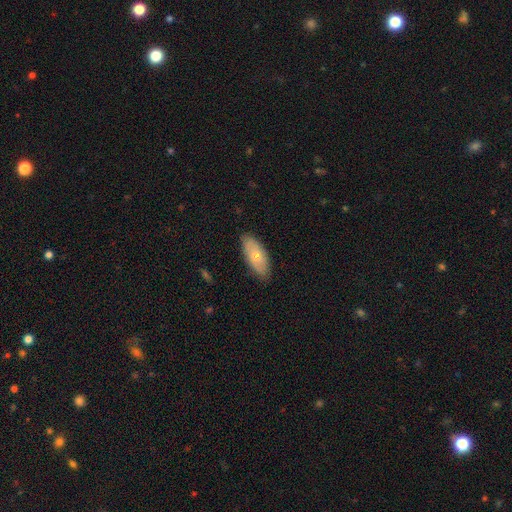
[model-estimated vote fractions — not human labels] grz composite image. It shows a smooth galaxy with no disk features (61%) that is in between round and cigar-shaped (85%). Merging: none (82%).